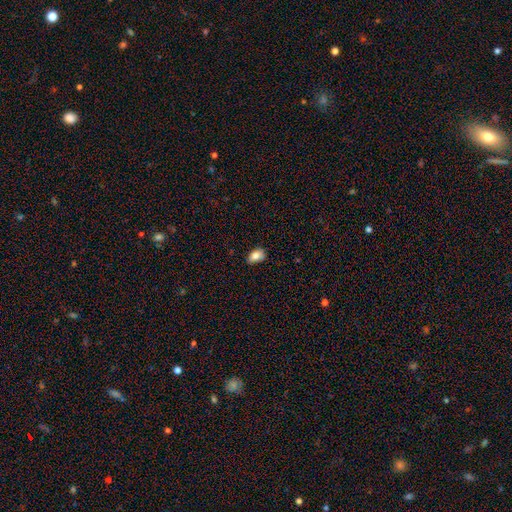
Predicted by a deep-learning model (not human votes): smooth_or_featured: smooth (p=0.82) [alt: featured or disk p=0.10]
how_rounded: in between (p=0.86) [alt: round p=0.12]
merging: none (p=0.70) [alt: minor disturbance p=0.25]